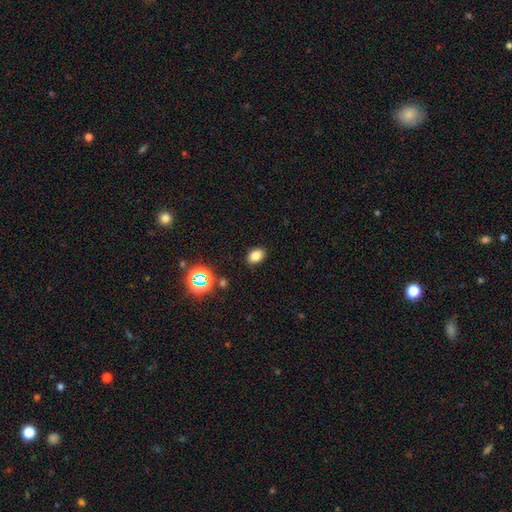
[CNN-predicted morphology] This is likely a smooth galaxy (78%). How rounded: likely in between (79%). Merging: clearly none (87%).